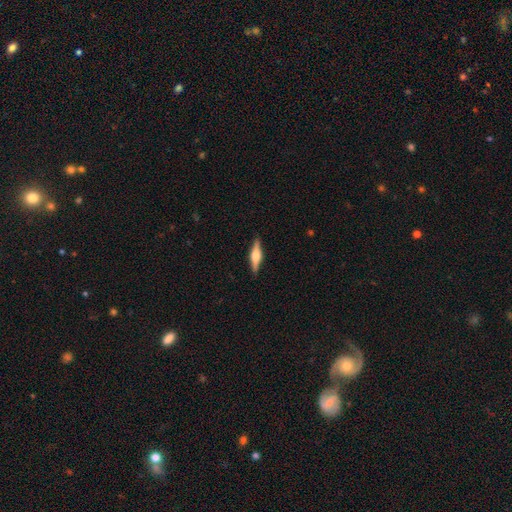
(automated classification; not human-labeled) Smooth or featured?
  - featured or disk: 65% *
  - smooth: 29%
  - star or artifact: 6%
Edge-on disk?
  - yes: 97% *
  - no: 3%
Edge-on bulge?
  - rounded: 87% *
  - boxy: 11%
  - none: 2%
Merging?
  - none: 90% *
  - minor disturbance: 7%
  - major disturbance: 2%
  - merger: 1%